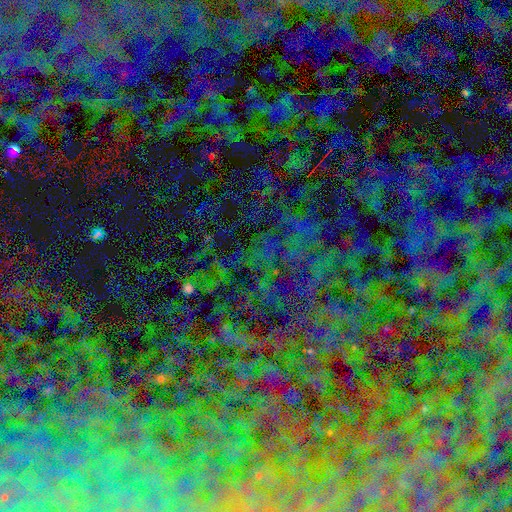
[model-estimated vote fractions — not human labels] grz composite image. It shows a star or artifact, not a galaxy (80%).